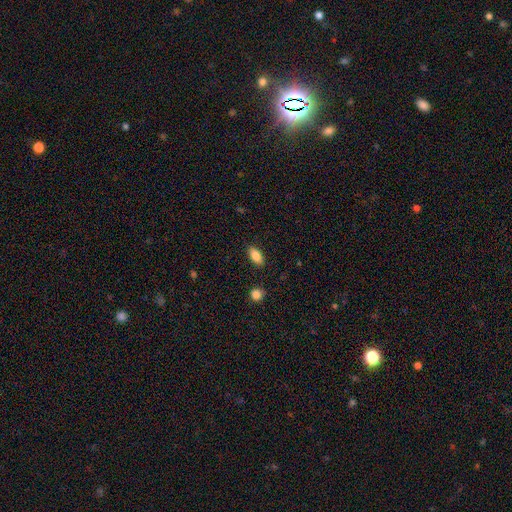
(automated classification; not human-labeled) smooth_or_featured: smooth (p=0.85) [alt: featured or disk p=0.08]
how_rounded: in between (p=0.88) [alt: cigar-shaped p=0.08]
merging: none (p=0.87) [alt: minor disturbance p=0.09]